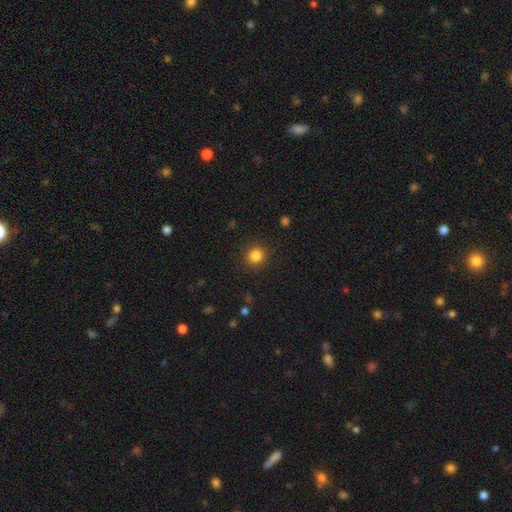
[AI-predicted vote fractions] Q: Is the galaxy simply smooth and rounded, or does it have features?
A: smooth — 85%.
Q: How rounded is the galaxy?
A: round — 90%.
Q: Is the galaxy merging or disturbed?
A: none — 90%.